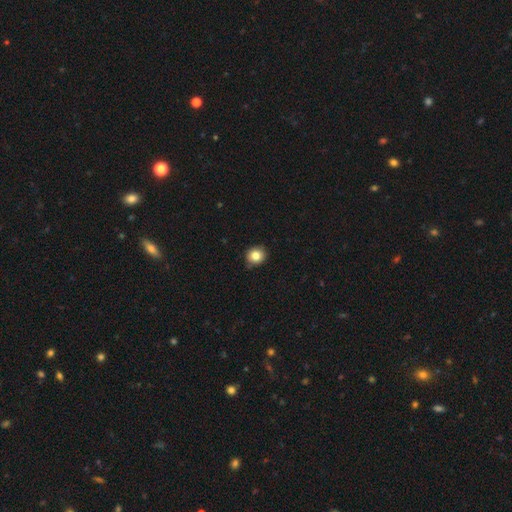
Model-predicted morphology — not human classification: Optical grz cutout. It shows a smooth galaxy with no disk features (82%) that is round (85%). Merging: none (85%).